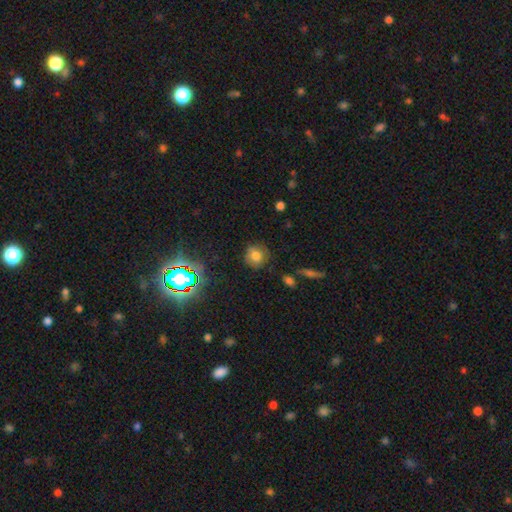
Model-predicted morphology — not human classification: Q: Smooth or featured?
A: smooth (70%); runner-up: star or artifact (17%)
Q: How rounded?
A: round (80%); runner-up: in between (19%)
Q: Merging?
A: none (77%); runner-up: minor disturbance (16%)